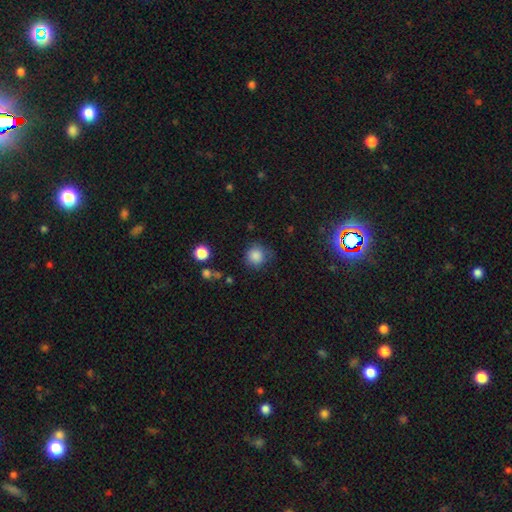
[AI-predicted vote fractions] smooth_or_featured: smooth (p=0.84) [alt: star or artifact p=0.10]
how_rounded: round (p=0.89) [alt: in between p=0.10]
merging: none (p=0.70) [alt: minor disturbance p=0.21]